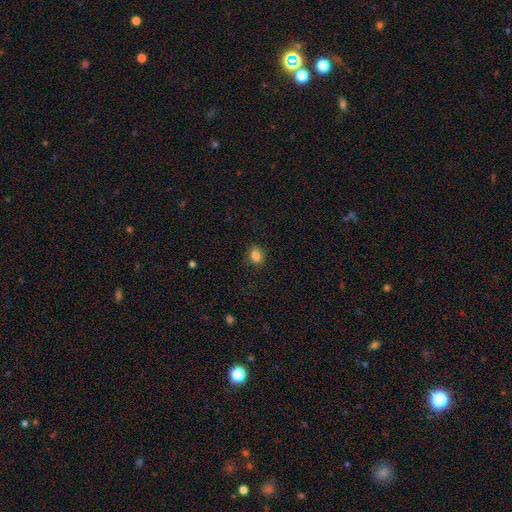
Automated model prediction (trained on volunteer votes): This appears to be a smooth galaxy with no disk features (84%) that is round (52%). Merging: none (83%).